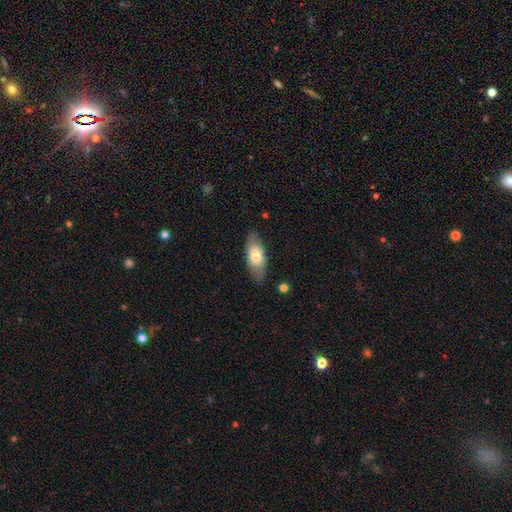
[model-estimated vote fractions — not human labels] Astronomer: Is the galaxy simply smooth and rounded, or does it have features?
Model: smooth — 67%.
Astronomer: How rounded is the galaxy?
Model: in between — 83%.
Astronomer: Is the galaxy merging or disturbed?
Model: none — 82%.